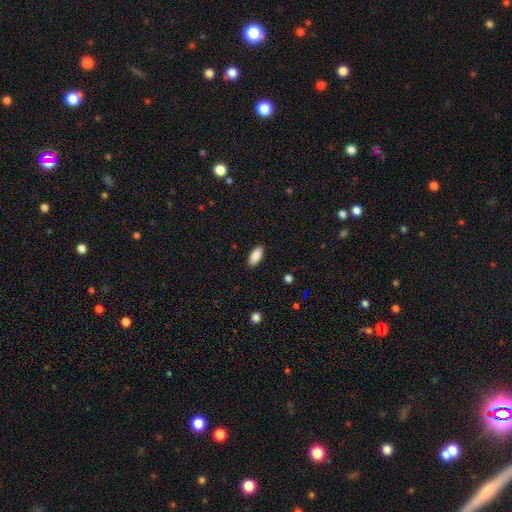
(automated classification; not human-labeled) A smooth galaxy with no disk features (88%) that is in between round and cigar-shaped (82%). Merging: none (89%).